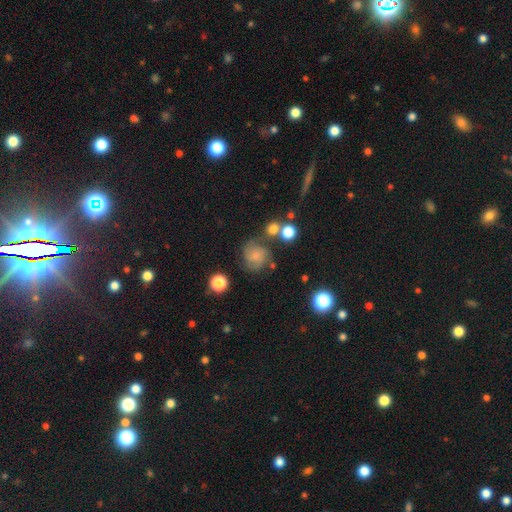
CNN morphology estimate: type=smooth (48%); merging=none (60%).